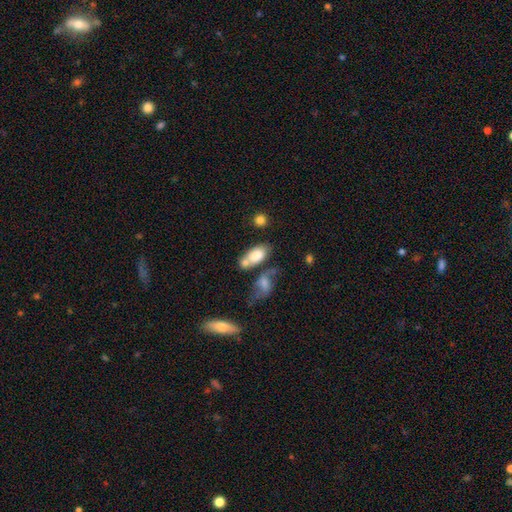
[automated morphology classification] A smooth galaxy with no disk features (77%) that is in between round and cigar-shaped (89%).

Vote fractions:
- Smooth or featured? smooth: 77% / featured or disk: 15% / star or artifact: 8%
- How rounded? in between: 89% / round: 6% / cigar-shaped: 5%
- Merging? none: 38% (tied) / merger: 38% (tied) / minor disturbance: 16% / major disturbance: 8%